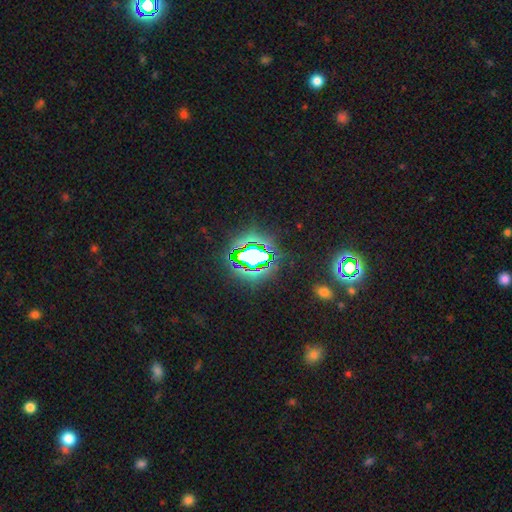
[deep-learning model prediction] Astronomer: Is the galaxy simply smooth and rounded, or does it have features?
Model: star or artifact — 81%.